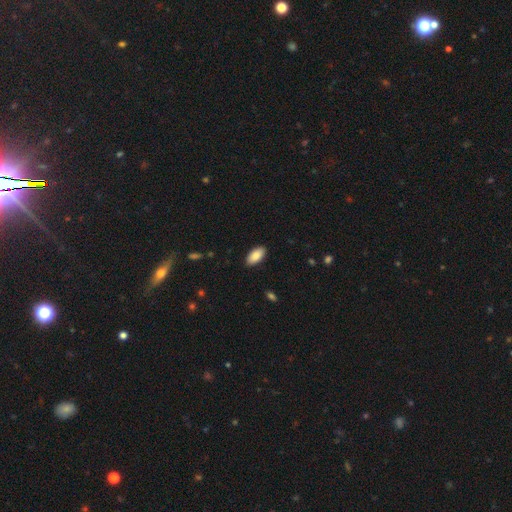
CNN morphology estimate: Overall: smooth (87%). How rounded: in between (94%). Merging: none (89%).